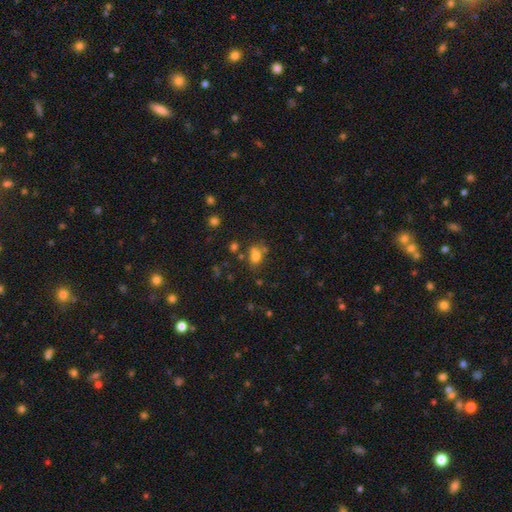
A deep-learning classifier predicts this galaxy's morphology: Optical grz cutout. It shows a smooth galaxy with no disk features (71%) that is in between round and cigar-shaped (67%). Merging: none (52%).